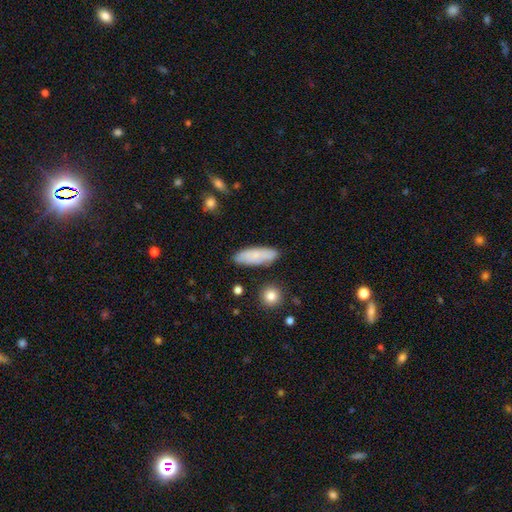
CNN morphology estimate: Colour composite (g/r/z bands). It shows a smooth galaxy with no disk features (75%) that is in between round and cigar-shaped (58%). Merging: none (83%).